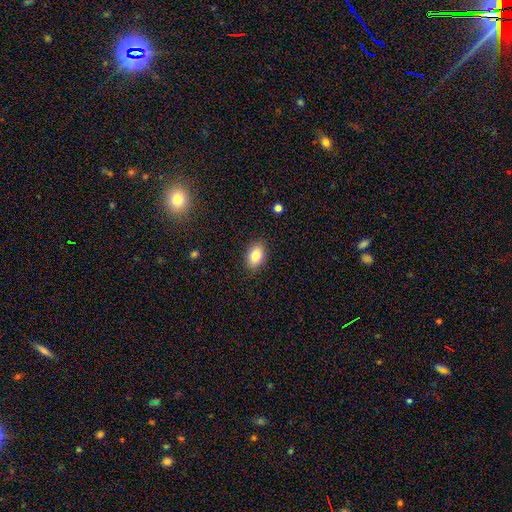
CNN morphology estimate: Smooth or featured? smooth (82%)
How rounded? in between (85%)
Merging? none (88%)